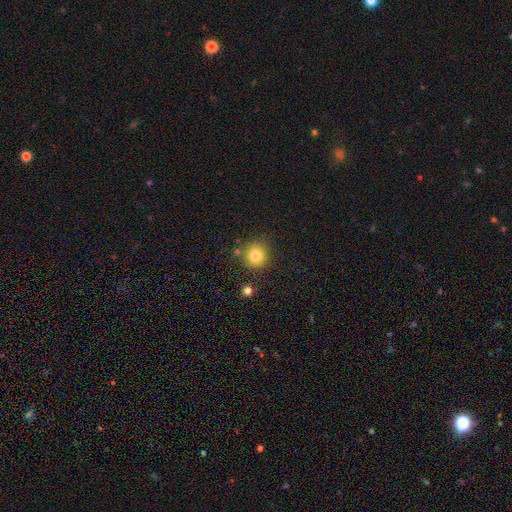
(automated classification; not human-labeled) smooth-or-featured: smooth: 81% | star or artifact: 12% | featured or disk: 7%
  how-rounded: round: 93% | in between: 6% | cigar-shaped: 1%
  merging: none: 83% | minor disturbance: 9% | merger: 5% | major disturbance: 3%